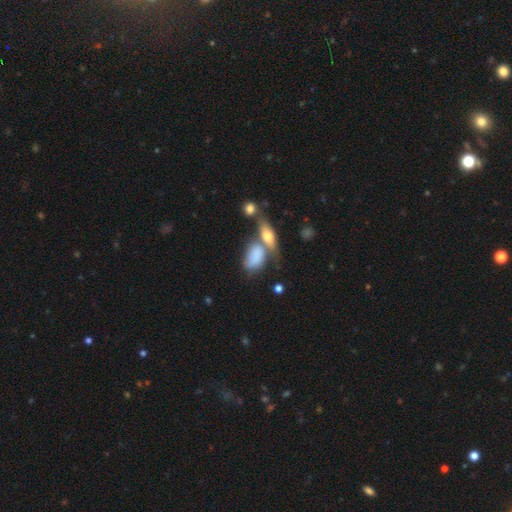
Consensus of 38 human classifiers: Smooth or featured?
  - smooth: 92% *
  - star or artifact: 5%
  - featured or disk: 3%
How rounded?
  - in between: 89% *
  - round: 6%
  - cigar-shaped: 6%
Merging?
  - merger: 44% *
  - none: 33%
  - minor disturbance: 17%
  - major disturbance: 6%